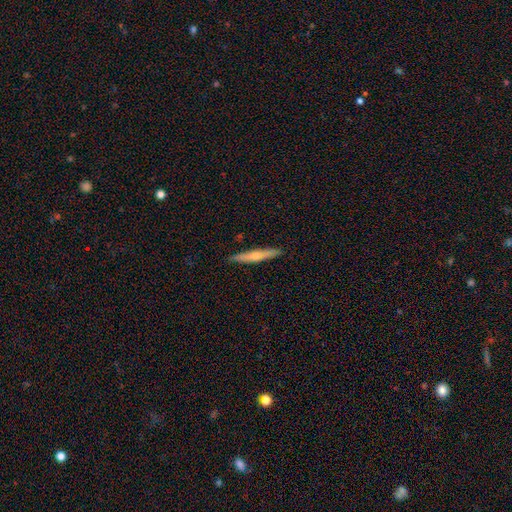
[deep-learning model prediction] A featured or disk galaxy (61%) viewed edge-on (96%) with a rounded central bulge (77%).

Vote fractions:
- Smooth or featured? featured or disk: 61% / smooth: 31% / star or artifact: 8%
- Edge-on disk? yes: 96% / no: 4%
- Edge-on bulge? rounded: 77% / none: 17% / boxy: 6%
- Merging? none: 90% / minor disturbance: 7% / major disturbance: 2% / merger: 1%